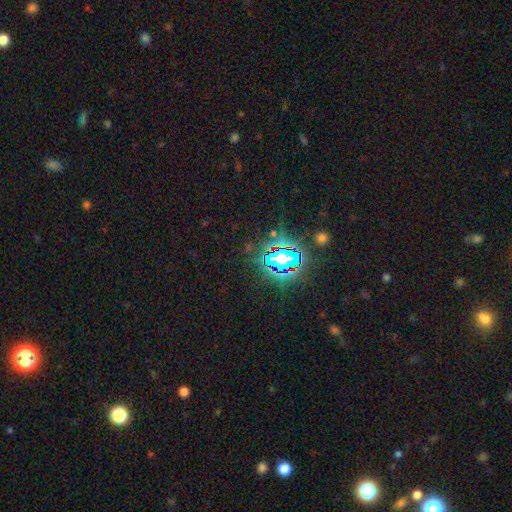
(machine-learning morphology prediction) The model was most divided on "smooth or featured": star or artifact: 80%, smooth: 12%, featured or disk: 8%.